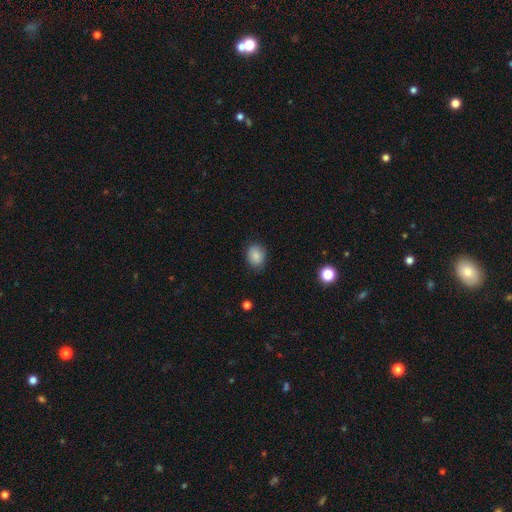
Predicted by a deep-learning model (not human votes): A smooth galaxy with no disk features (84%) that is in between round and cigar-shaped (51%). Merging: none (82%).